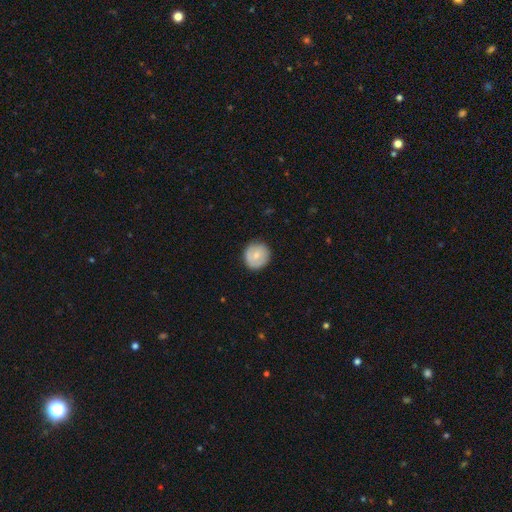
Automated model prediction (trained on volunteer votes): A smooth galaxy with no disk features (66%) that is round (92%).

Vote fractions:
- Smooth or featured? smooth: 66% / featured or disk: 28% / star or artifact: 6%
- How rounded? round: 92% / in between: 7% / cigar-shaped: 1%
- Merging? none: 85% / minor disturbance: 12% / major disturbance: 2% / merger: 1%